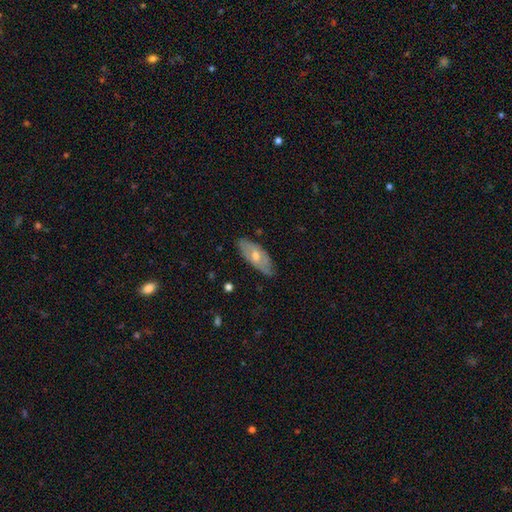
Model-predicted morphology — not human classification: smooth-or-featured: featured or disk: 54% | smooth: 39% | star or artifact: 7%
  disk-edge-on: no: 76% | yes: 24%
  merging: none: 80% | minor disturbance: 16% | major disturbance: 3% | merger: 1%